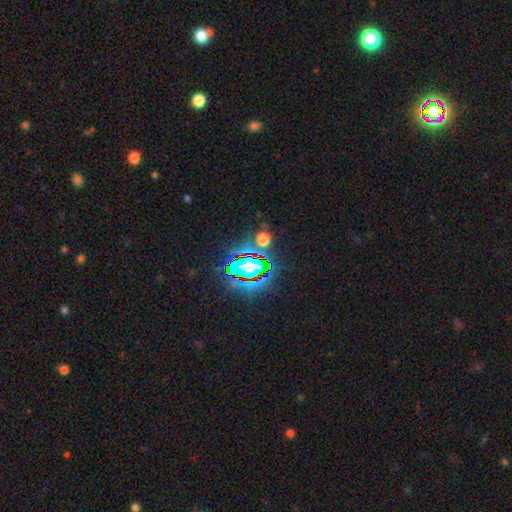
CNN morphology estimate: A star or artifact, not a galaxy (82%).

Vote fractions:
- Smooth or featured? star or artifact: 82% / smooth: 11% / featured or disk: 7%